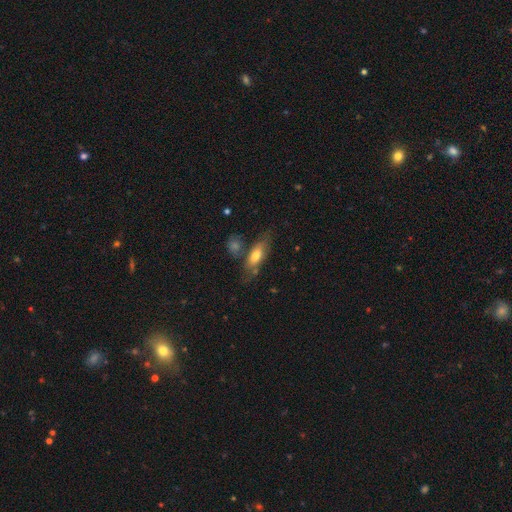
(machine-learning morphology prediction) This appears to be a smooth galaxy with no disk features (63%) that is in between round and cigar-shaped (69%). Merging: none (60%).